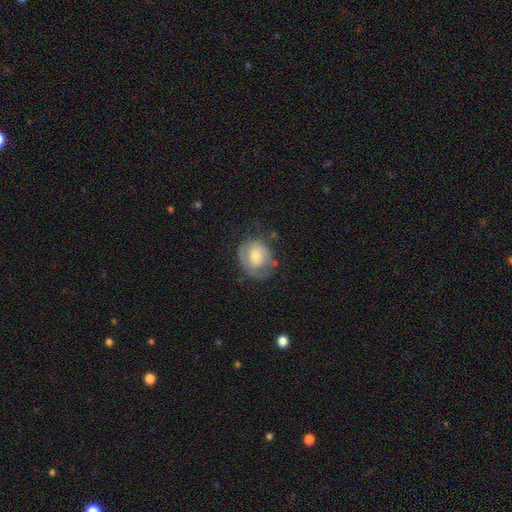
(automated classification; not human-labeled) The model was most divided on "smooth or featured": smooth: 53%, featured or disk: 40%, star or artifact: 7%. More confident: how rounded — round (64%); merging — none (57%).